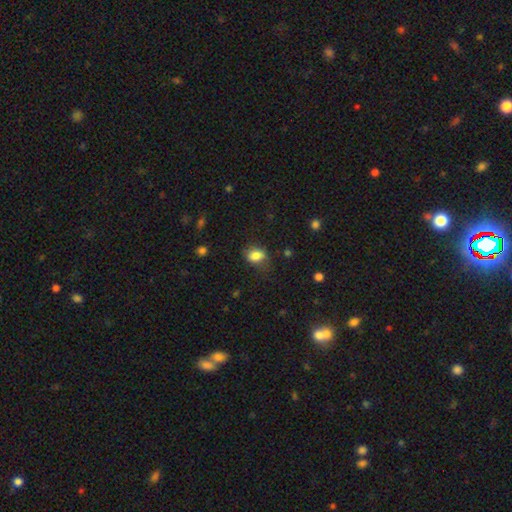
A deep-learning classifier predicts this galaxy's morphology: A smooth galaxy with no disk features (83%) that is in between round and cigar-shaped (67%). Merging: none (66%).